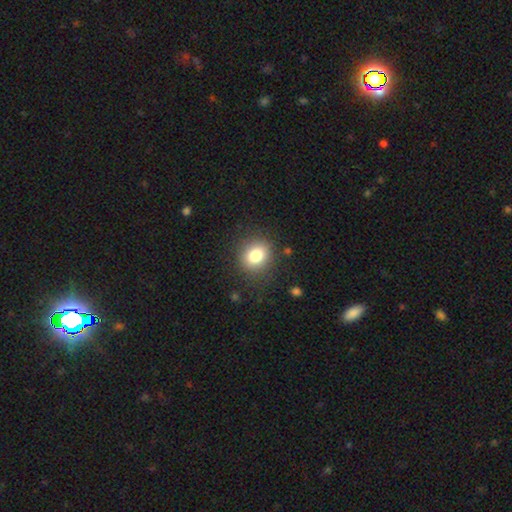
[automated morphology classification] Smooth or featured? Predicted: smooth (p=0.81). How rounded? Predicted: round (p=0.72). Merging? Predicted: none (p=0.85).